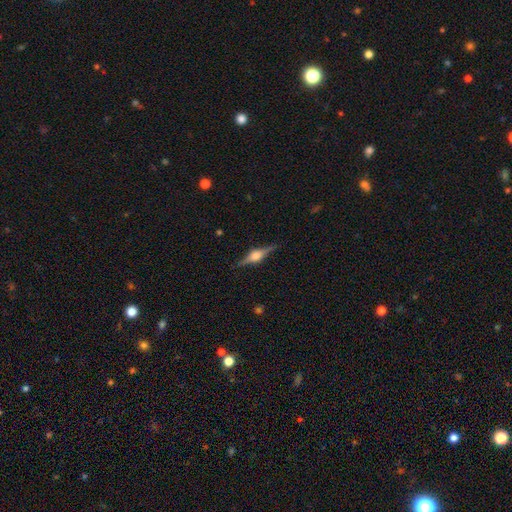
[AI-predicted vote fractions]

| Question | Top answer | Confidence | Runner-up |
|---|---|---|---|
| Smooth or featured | featured or disk | 83% | smooth (11%) |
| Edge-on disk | yes | 98% | no (2%) |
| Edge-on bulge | rounded | 89% | boxy (9%) |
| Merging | none | 89% | minor disturbance (8%) |